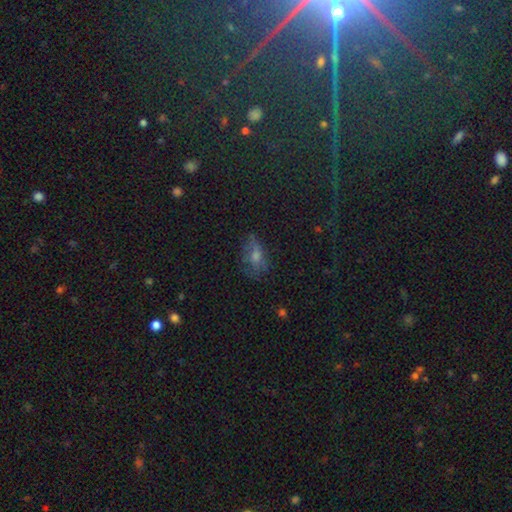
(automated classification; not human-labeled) Smooth or featured? smooth (43%)
Merging? none (61%)